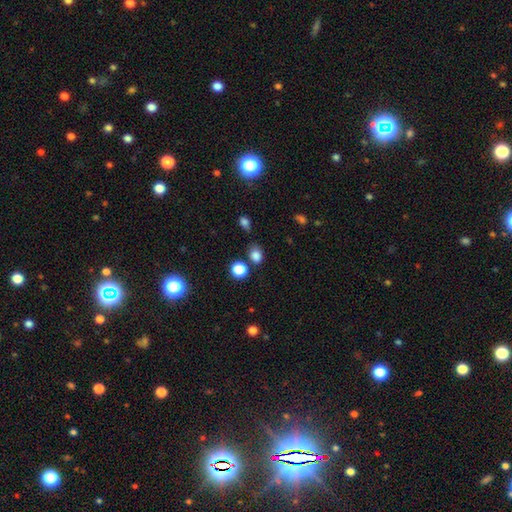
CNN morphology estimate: Smooth or featured? smooth (80%)
How rounded? in between (49%, tied with round)
Merging? none (66%)